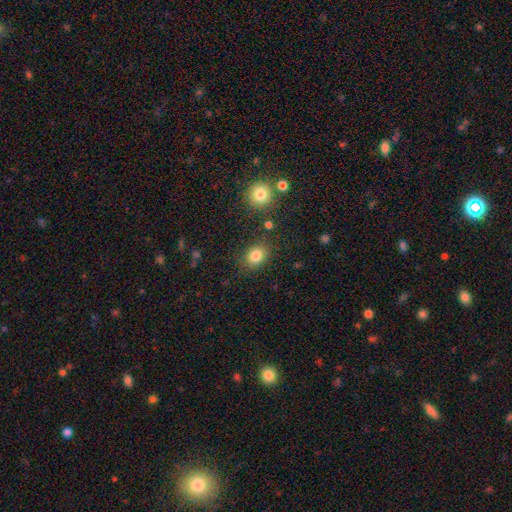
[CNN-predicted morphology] A smooth galaxy with no disk features (83%) that is in between round and cigar-shaped (57%).

Vote fractions:
- Smooth or featured? smooth: 83% / star or artifact: 11% / featured or disk: 6%
- How rounded? in between: 57% / round: 42% / cigar-shaped: 1%
- Merging? none: 81% / minor disturbance: 11% / major disturbance: 4% / merger: 3%